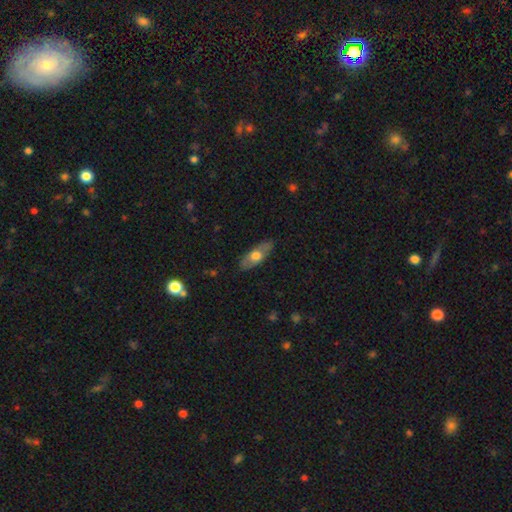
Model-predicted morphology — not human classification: A smooth galaxy with no disk features (56%) that is in between round and cigar-shaped (73%).

Vote fractions:
- Smooth or featured? smooth: 56% / featured or disk: 38% / star or artifact: 6%
- How rounded? in between: 73% / cigar-shaped: 23% / round: 4%
- Merging? none: 82% / minor disturbance: 14% / major disturbance: 3% / merger: 1%